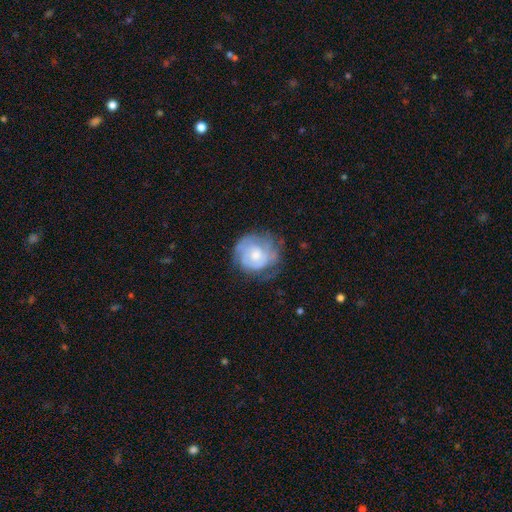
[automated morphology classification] A featured or disk galaxy (64%) with no bar (79%), spiral arms (79%) and a small central bulge (48%).

Vote fractions:
- Smooth or featured? featured or disk: 64% / smooth: 30% / star or artifact: 7%
- Edge-on disk? no: 98% / yes: 2%
- Bar? no: 79% / weak: 18% / strong: 3%
- Spiral arms? yes: 79% / no: 21%
- Bulge size? small: 48% / moderate: 44% / large: 4% / none: 3% / dominant: 1%
- Merging? none: 57% / minor disturbance: 26% / major disturbance: 16% / merger: 1%